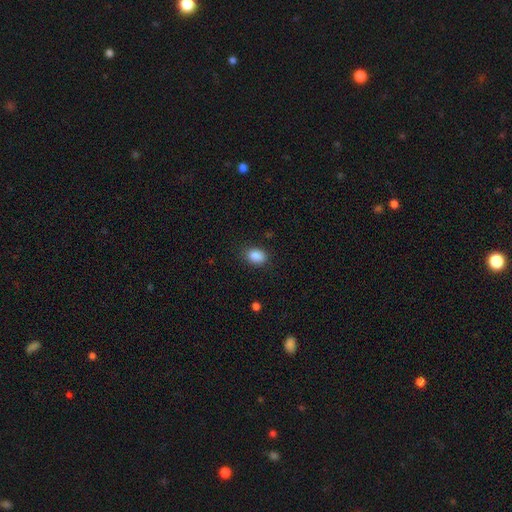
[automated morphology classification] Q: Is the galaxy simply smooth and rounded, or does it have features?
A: smooth — 88%.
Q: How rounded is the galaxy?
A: in between — 73%.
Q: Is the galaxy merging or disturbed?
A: none — 82%.